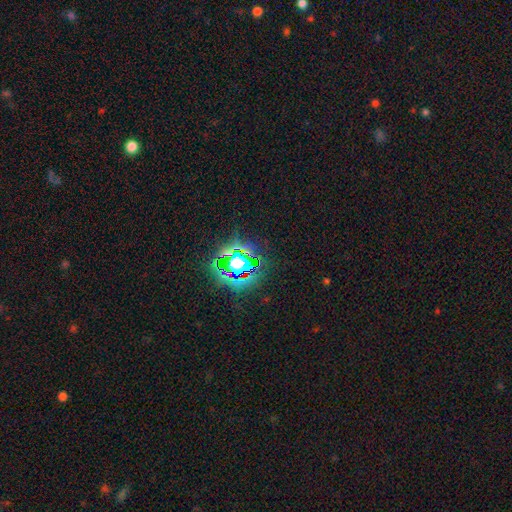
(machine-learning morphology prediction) Smooth or featured?
  - star or artifact: 82% *
  - smooth: 12%
  - featured or disk: 6%